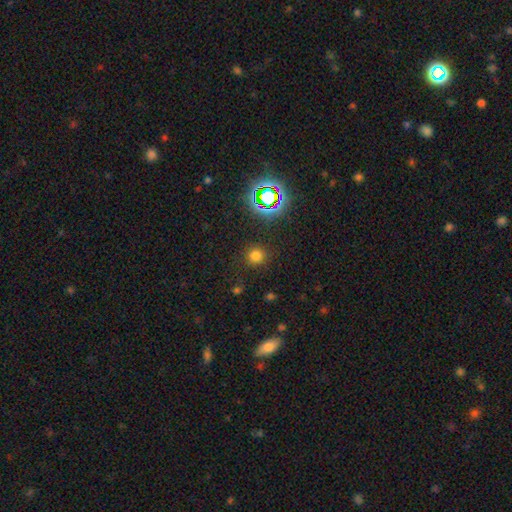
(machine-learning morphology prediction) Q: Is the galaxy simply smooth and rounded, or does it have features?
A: smooth — 71%.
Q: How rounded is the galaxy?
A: round — 92%.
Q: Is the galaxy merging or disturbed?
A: none — 86%.